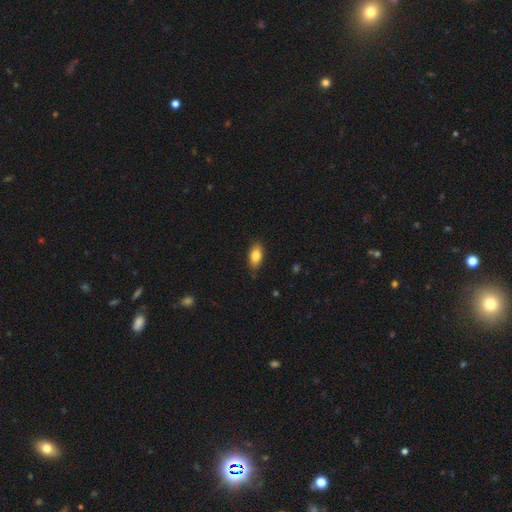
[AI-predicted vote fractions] Smooth or featured? Predicted: smooth (p=0.84). How rounded? Predicted: in between (p=0.89). Merging? Predicted: none (p=0.85).